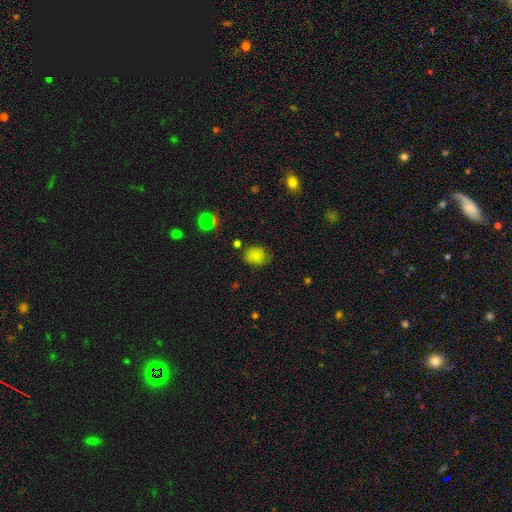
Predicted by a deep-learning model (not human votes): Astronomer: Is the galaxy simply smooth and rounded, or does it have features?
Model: smooth — 80%.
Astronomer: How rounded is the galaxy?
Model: round — 59% (runner-up: in between, 40%).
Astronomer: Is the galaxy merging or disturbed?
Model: none — 72%.